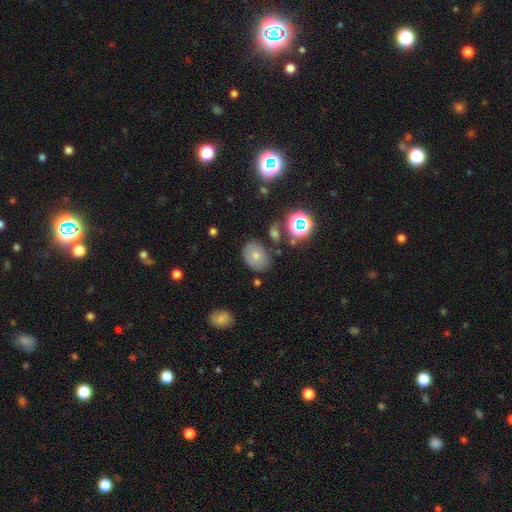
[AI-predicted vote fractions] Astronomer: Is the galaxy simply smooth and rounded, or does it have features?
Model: smooth — 68%.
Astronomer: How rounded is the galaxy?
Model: in between — 73%.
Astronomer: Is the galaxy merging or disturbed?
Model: none — 74%.